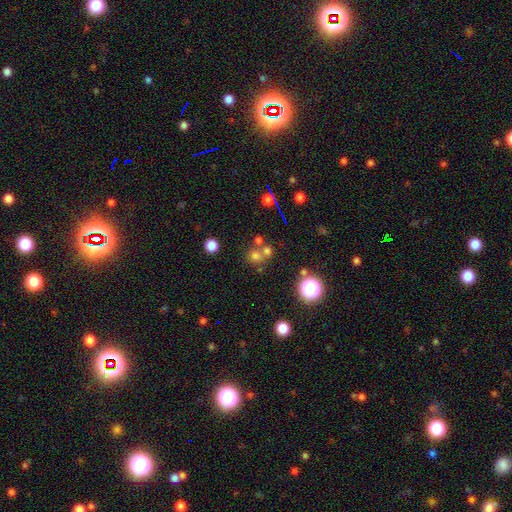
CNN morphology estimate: type=smooth (63%); roundness=round (88%); merging=none (55%).